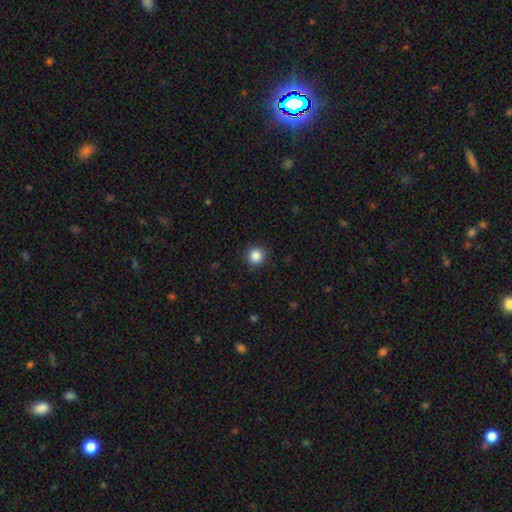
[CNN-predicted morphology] smooth-or-featured: smooth: 87% | star or artifact: 10% | featured or disk: 3%
  how-rounded: round: 95% | in between: 4% | cigar-shaped: 1%
  merging: none: 92% | minor disturbance: 5% | major disturbance: 2% | merger: 1%